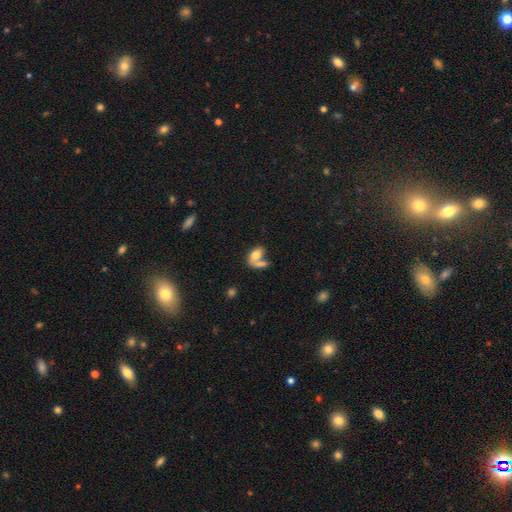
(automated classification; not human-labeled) Smooth or featured? smooth (72%)
How rounded? in between (87%)
Merging? merger (55%)